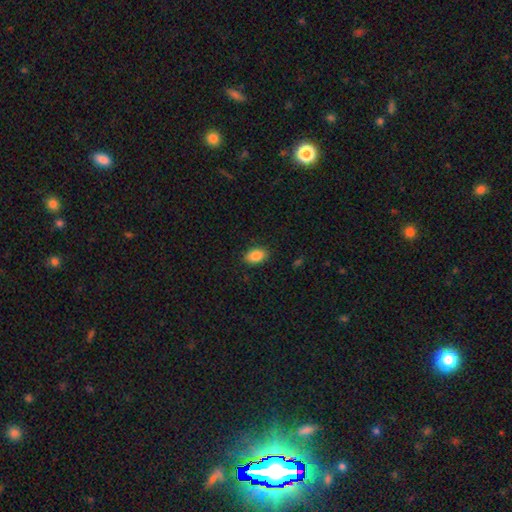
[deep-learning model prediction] This appears to be a smooth galaxy with no disk features (87%) that is in between round and cigar-shaped (89%). Merging: none (88%).